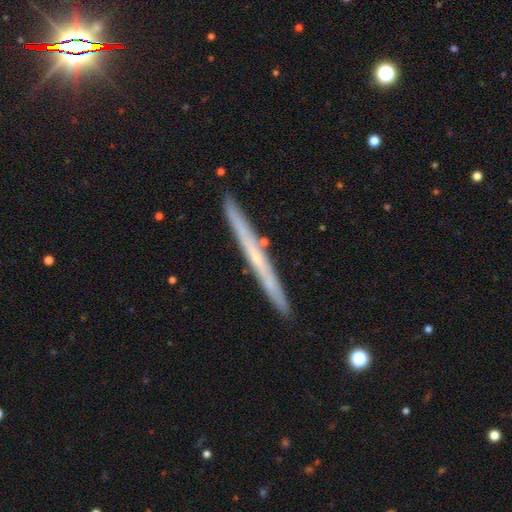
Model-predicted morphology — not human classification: A featured or disk galaxy (62%) viewed edge-on (96%) with no central bulge (75%).

Vote fractions:
- Smooth or featured? featured or disk: 62% / smooth: 31% / star or artifact: 7%
- Edge-on disk? yes: 96% / no: 4%
- Edge-on bulge? none: 75% / rounded: 22% / boxy: 3%
- Merging? none: 90% / minor disturbance: 7% / merger: 2% / major disturbance: 1%